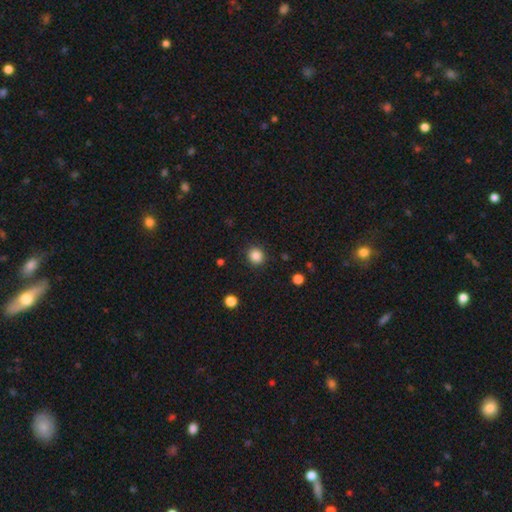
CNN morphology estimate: Smooth or featured?
  - smooth: 86% *
  - star or artifact: 11%
  - featured or disk: 3%
How rounded?
  - round: 84% *
  - in between: 15%
  - cigar-shaped: 1%
Merging?
  - none: 89% *
  - minor disturbance: 7%
  - major disturbance: 2%
  - merger: 1%